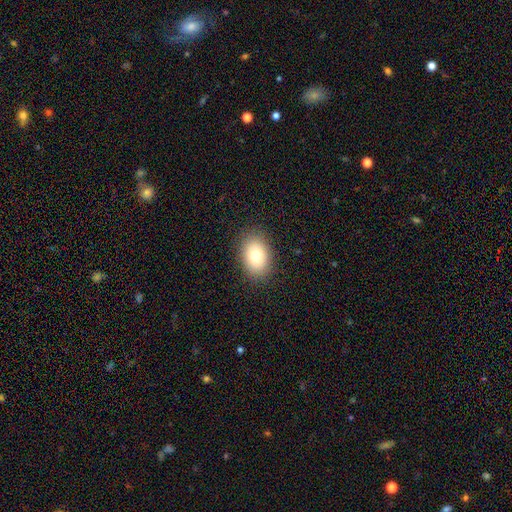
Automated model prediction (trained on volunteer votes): smooth 78%, featured or disk 13%, star or artifact 9%. Down the decision tree: how rounded — in between (79%); merging — none (87%).